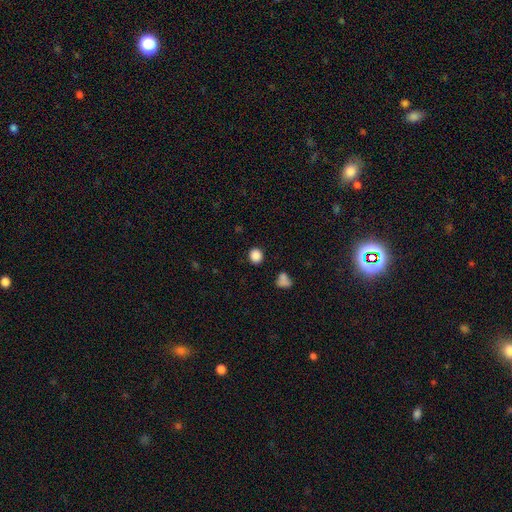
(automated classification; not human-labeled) This appears to be a smooth galaxy with no disk features (87%) that is round (83%). Merging: none (88%).